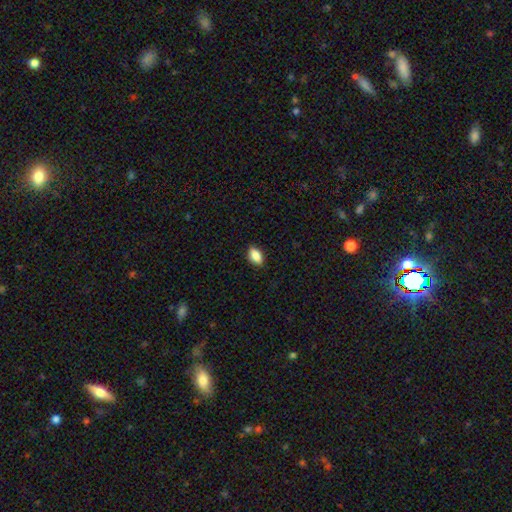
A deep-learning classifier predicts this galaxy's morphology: Smooth or featured? Predicted: smooth (p=0.86). How rounded? Predicted: in between (p=0.89). Merging? Predicted: none (p=0.87).